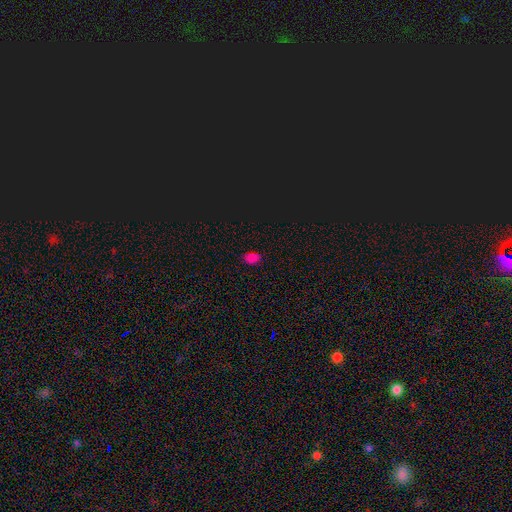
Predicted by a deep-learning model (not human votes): smooth_or_featured: smooth (p=0.58) [alt: star or artifact p=0.37]
how_rounded: in between (p=0.77) [alt: round p=0.21]
merging: none (p=0.86) [alt: minor disturbance p=0.10]